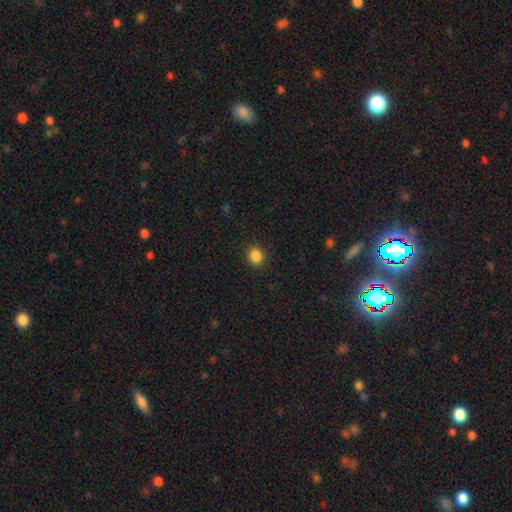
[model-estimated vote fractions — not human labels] Smooth or featured?
  - smooth: 86% *
  - star or artifact: 11%
  - featured or disk: 3%
How rounded?
  - round: 73% *
  - in between: 26%
  - cigar-shaped: 1%
Merging?
  - none: 90% *
  - minor disturbance: 7%
  - major disturbance: 2%
  - merger: 1%